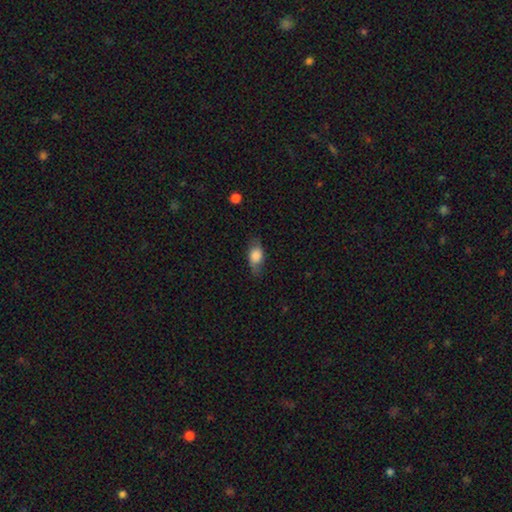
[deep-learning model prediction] Smooth or featured? Predicted: smooth (p=0.73). How rounded? Predicted: in between (p=0.80). Merging? Predicted: none (p=0.68).